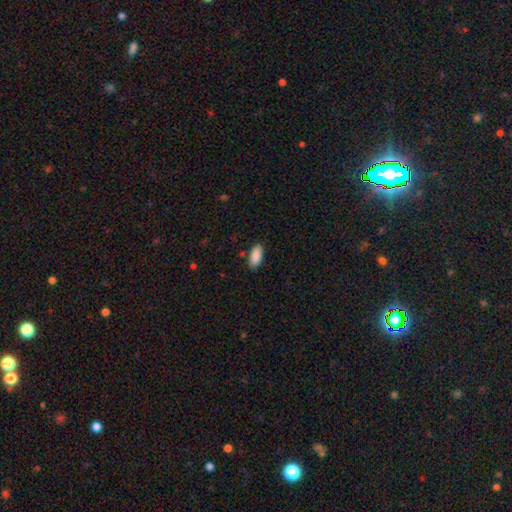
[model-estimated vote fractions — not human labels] Smooth or featured: smooth — 90% (star or artifact — 6%)
How rounded: in between — 89% (cigar-shaped — 10%)
Merging: none — 86% (minor disturbance — 10%)